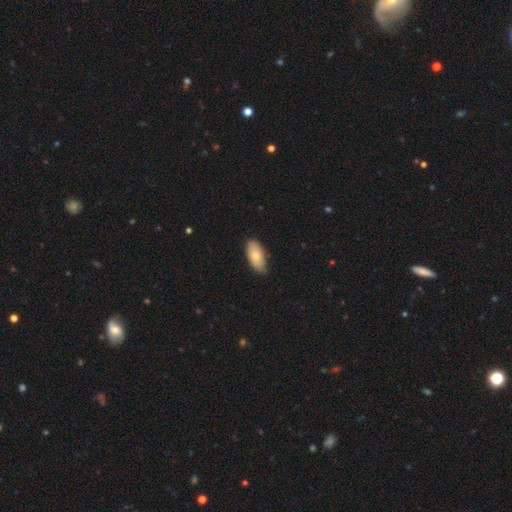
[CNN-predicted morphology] Smooth or featured? Predicted: smooth (p=0.79). How rounded? Predicted: in between (p=0.92). Merging? Predicted: none (p=0.81).